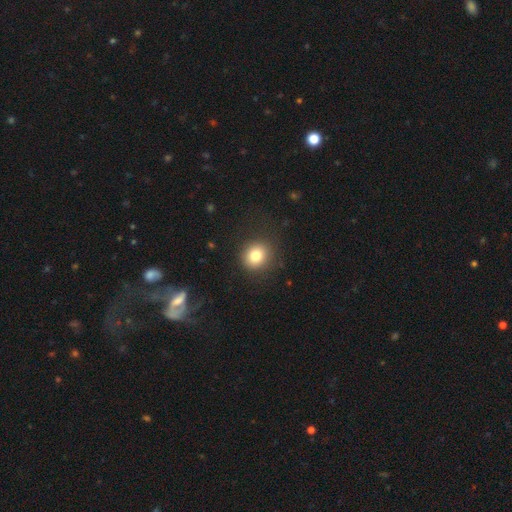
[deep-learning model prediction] Smooth or featured? smooth (80%)
How rounded? round (86%)
Merging? none (87%)